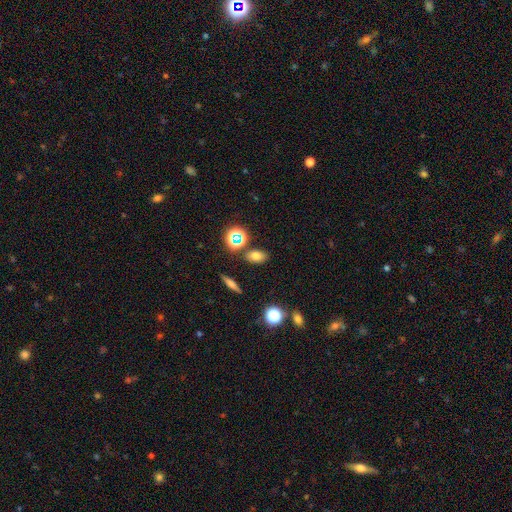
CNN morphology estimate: type=smooth (71%); roundness=in between (79%); merging=none (82%).